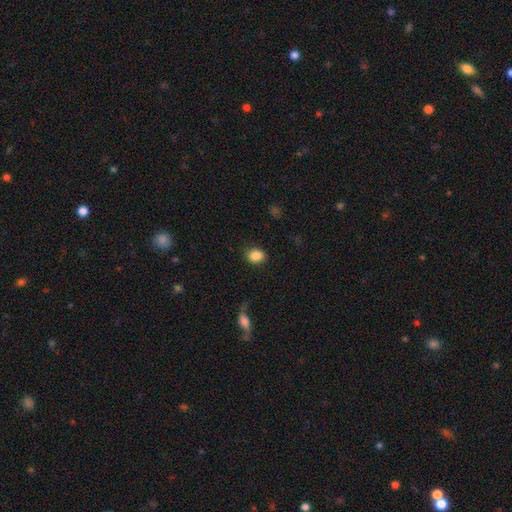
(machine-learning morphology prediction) The model was most divided on "how rounded": in between: 56%, round: 42%, cigar-shaped: 1%. More confident: smooth or featured — smooth (87%); merging — none (82%).